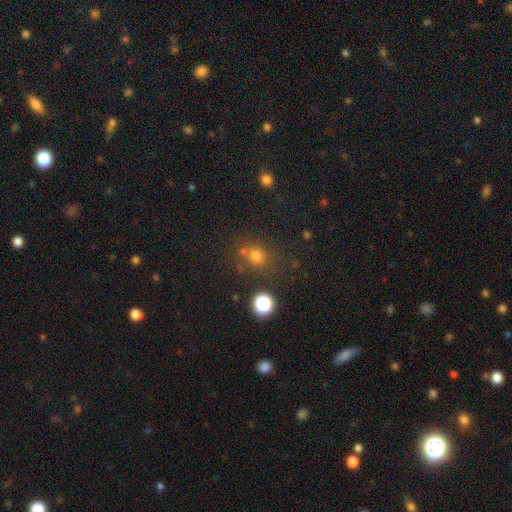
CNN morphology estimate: Smooth or featured?
  - smooth: 66% *
  - star or artifact: 26%
  - featured or disk: 8%
How rounded?
  - round: 75% *
  - in between: 24%
  - cigar-shaped: 1%
Merging?
  - none: 68% *
  - merger: 14%
  - minor disturbance: 12%
  - major disturbance: 6%